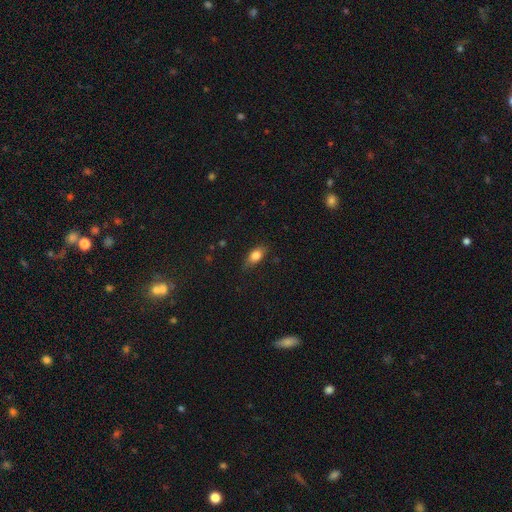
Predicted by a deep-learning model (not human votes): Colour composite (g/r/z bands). It shows a smooth galaxy with no disk features (78%) that is in between round and cigar-shaped (82%). Merging: none (77%).